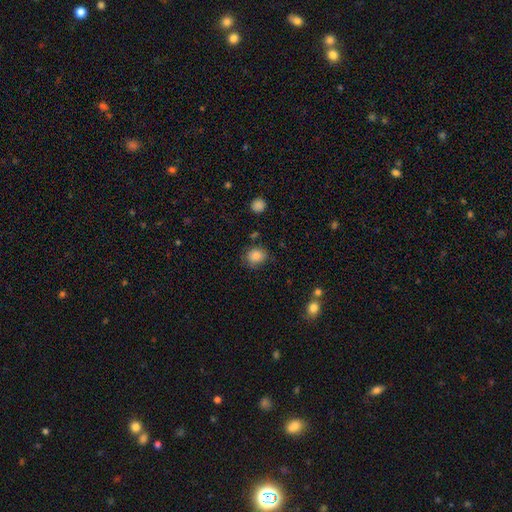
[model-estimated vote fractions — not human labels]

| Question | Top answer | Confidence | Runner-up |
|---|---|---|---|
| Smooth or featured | smooth | 85% | star or artifact (10%) |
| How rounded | round | 73% | in between (26%) |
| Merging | none | 73% | minor disturbance (19%) |